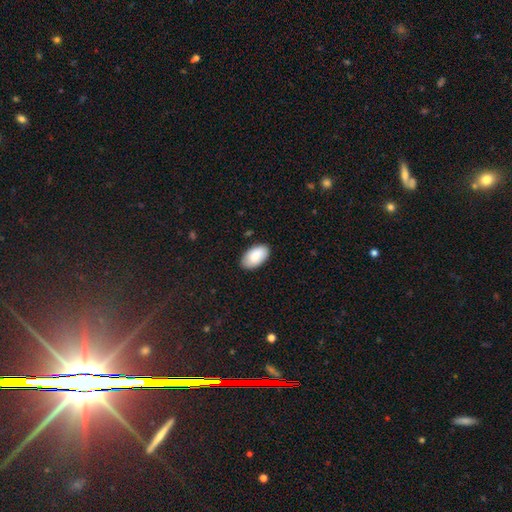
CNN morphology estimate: This appears to be a smooth galaxy with no disk features (88%) that is in between round and cigar-shaped (96%). Merging: none (87%).